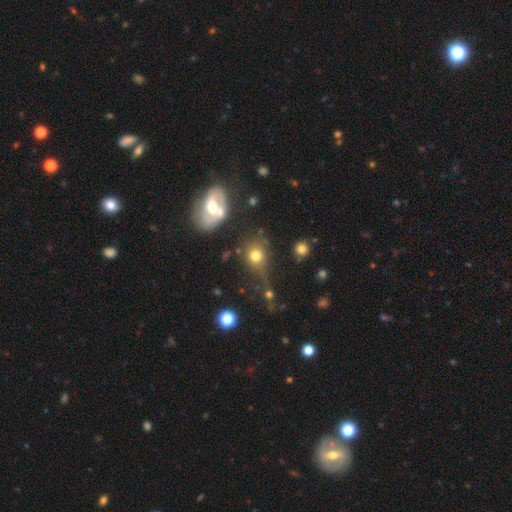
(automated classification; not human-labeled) smooth-or-featured: smooth: 72% | star or artifact: 15% | featured or disk: 13%
  how-rounded: round: 74% | in between: 24% | cigar-shaped: 2%
  merging: none: 51% | minor disturbance: 19% | merger: 16% | major disturbance: 14%